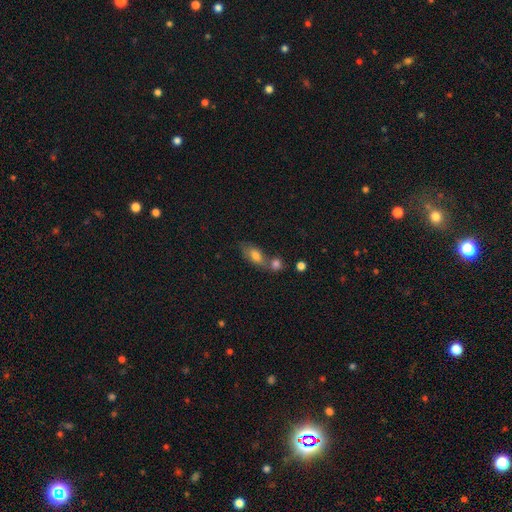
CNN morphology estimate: smooth 76%, featured or disk 15%, star or artifact 9%. Down the decision tree: how rounded — in between (80%); merging — merger (41%).